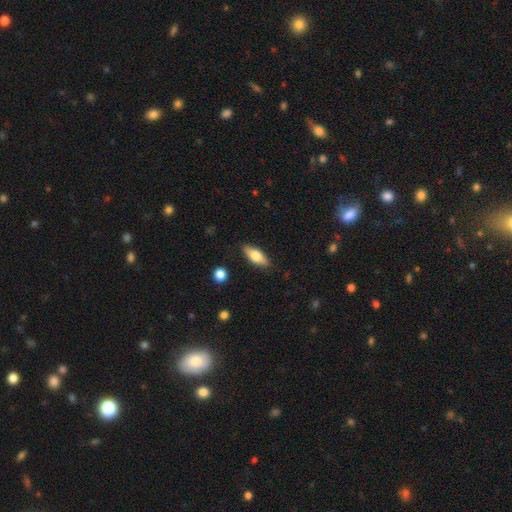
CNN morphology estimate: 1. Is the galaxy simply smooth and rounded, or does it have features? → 72% smooth, 22% featured or disk, 6% star or artifact.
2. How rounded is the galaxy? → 76% in between, 21% cigar-shaped, 3% round.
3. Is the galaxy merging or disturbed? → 86% none, 10% minor disturbance, 2% major disturbance, 1% merger.